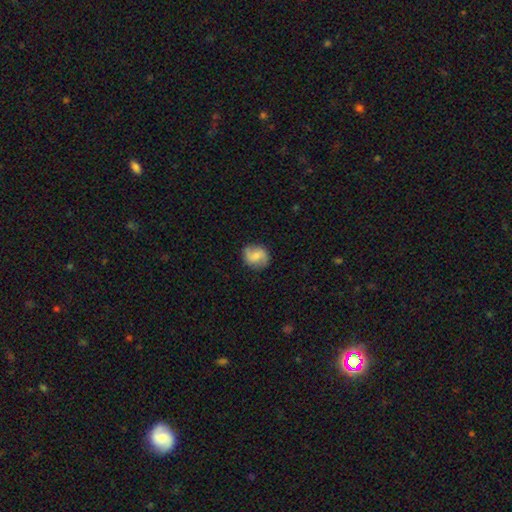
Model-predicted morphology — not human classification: This appears to be a featured or disk galaxy (47%). Merging: none (80%).